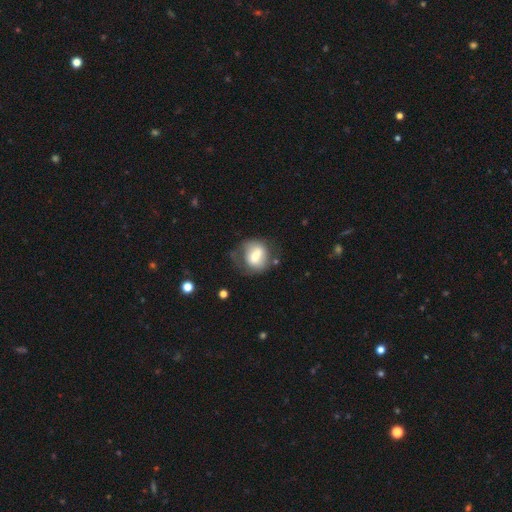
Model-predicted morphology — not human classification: smooth_or_featured: smooth (p=0.58) [alt: featured or disk p=0.34]
how_rounded: round (p=0.55) [alt: in between p=0.42]
merging: none (p=0.49) [alt: minor disturbance p=0.26]